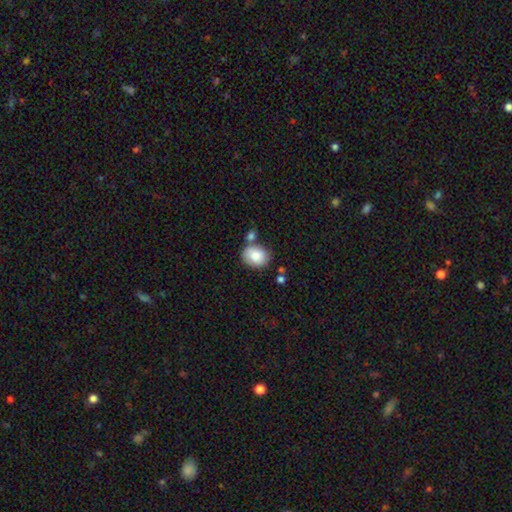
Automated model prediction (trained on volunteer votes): A smooth galaxy with no disk features (80%) that is round (50%).

Vote fractions:
- Smooth or featured? smooth: 80% / featured or disk: 13% / star or artifact: 7%
- How rounded? round: 50% / in between: 49% / cigar-shaped: 1%
- Merging? none: 61% / merger: 19% / minor disturbance: 16% / major disturbance: 4%